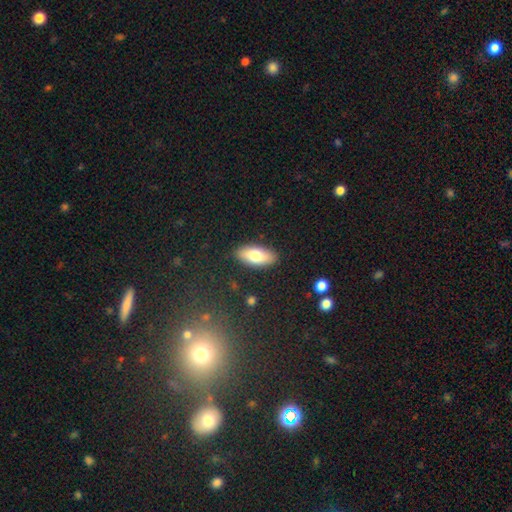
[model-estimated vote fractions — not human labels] Smooth or featured? Predicted: smooth (p=0.77). How rounded? Predicted: in between (p=0.86). Merging? Predicted: none (p=0.88).